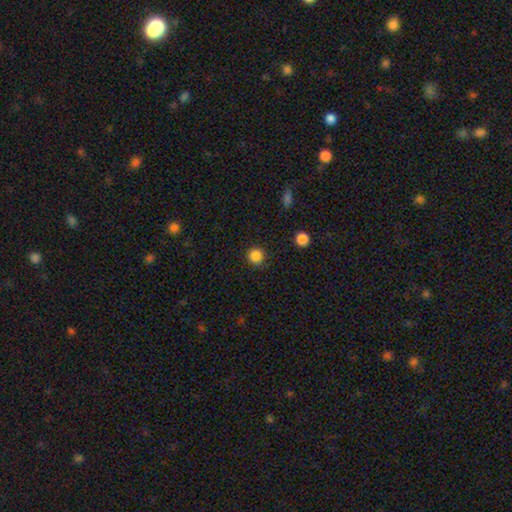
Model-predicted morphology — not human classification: Smooth or featured? Predicted: smooth (p=0.86). How rounded? Predicted: round (p=0.94). Merging? Predicted: none (p=0.88).